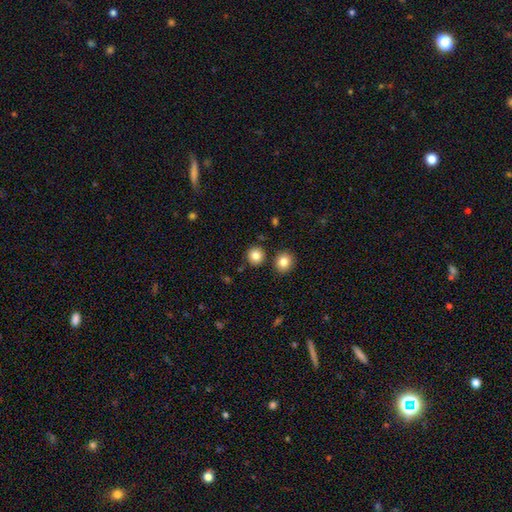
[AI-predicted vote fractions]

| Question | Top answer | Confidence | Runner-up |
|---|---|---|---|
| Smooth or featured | smooth | 84% | star or artifact (10%) |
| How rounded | round | 90% | in between (10%) |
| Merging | none | 85% | minor disturbance (7%) |